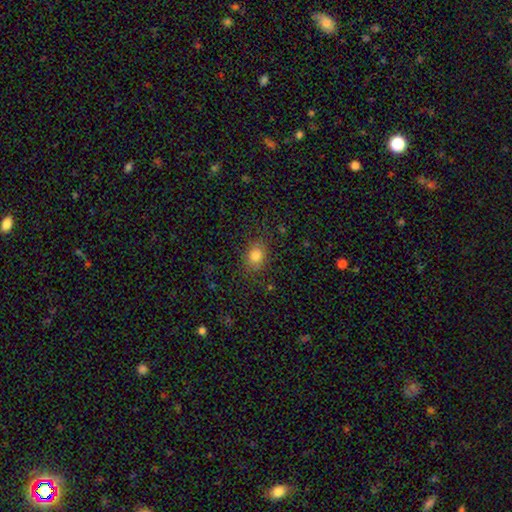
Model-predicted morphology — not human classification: smooth_or_featured: smooth (p=0.81) [alt: star or artifact p=0.12]
how_rounded: in between (p=0.52) [alt: round p=0.47]
merging: none (p=0.81) [alt: minor disturbance p=0.13]